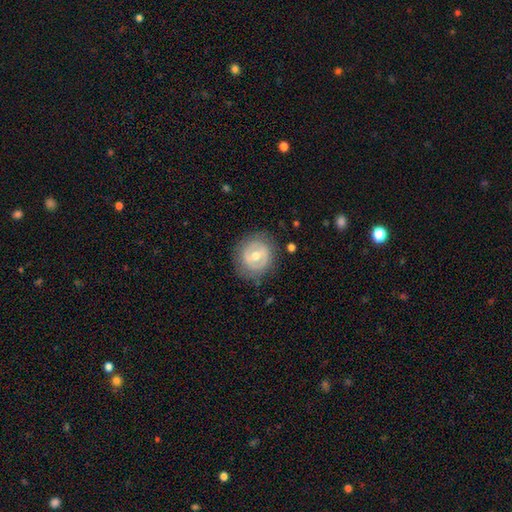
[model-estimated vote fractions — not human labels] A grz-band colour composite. It shows a featured or disk galaxy (58%) with a weak bar (41%), no spiral arms (70%) and a moderate central bulge (70%). Merging: none (81%).